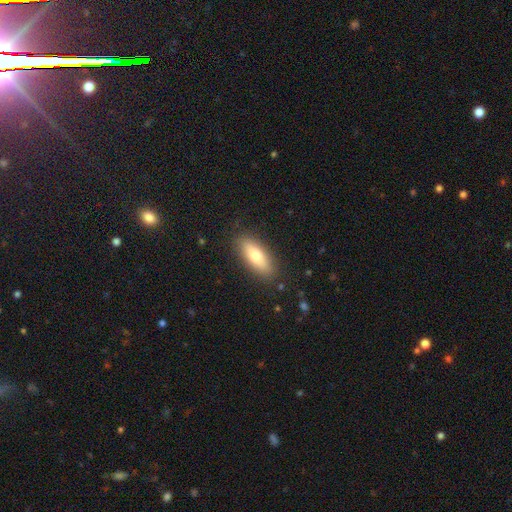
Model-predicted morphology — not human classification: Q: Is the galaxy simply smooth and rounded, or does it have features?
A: smooth — 72%.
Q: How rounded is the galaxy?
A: in between — 69%.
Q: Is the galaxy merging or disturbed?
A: none — 87%.